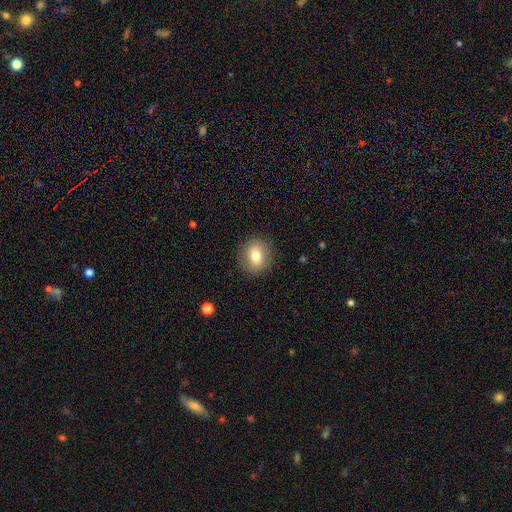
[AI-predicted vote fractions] Smooth or featured? Predicted: smooth (p=0.76). How rounded? Predicted: round (p=0.62). Merging? Predicted: none (p=0.86).